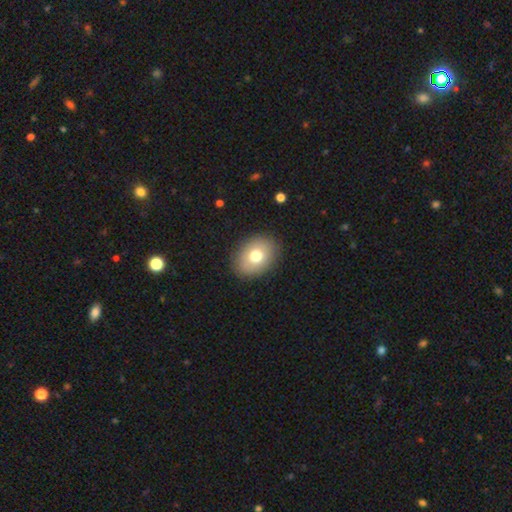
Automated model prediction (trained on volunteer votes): smooth-or-featured: smooth: 75% | featured or disk: 16% | star or artifact: 9%
  how-rounded: in between: 68% | round: 31% | cigar-shaped: 1%
  merging: none: 88% | minor disturbance: 8% | major disturbance: 3% | merger: 1%